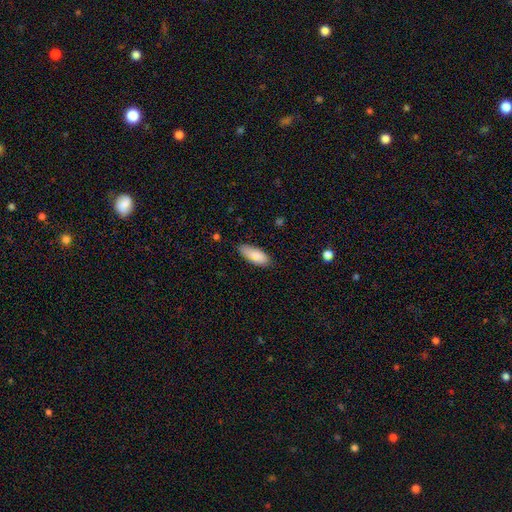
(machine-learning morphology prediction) Smooth or featured? smooth (86%)
How rounded? in between (81%)
Merging? none (79%)